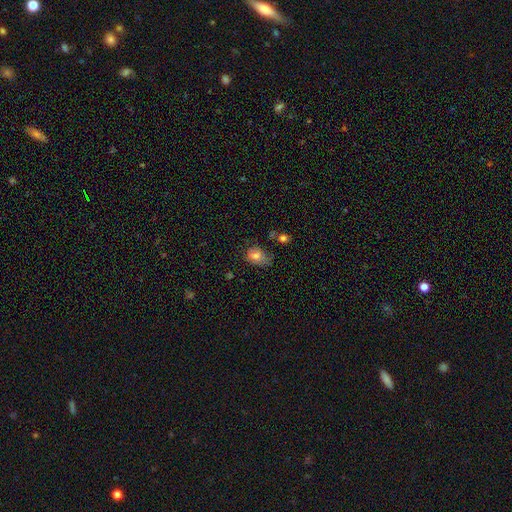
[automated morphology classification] This appears to be a smooth galaxy with no disk features (72%) that is in between round and cigar-shaped (69%). Merging: none (46%).